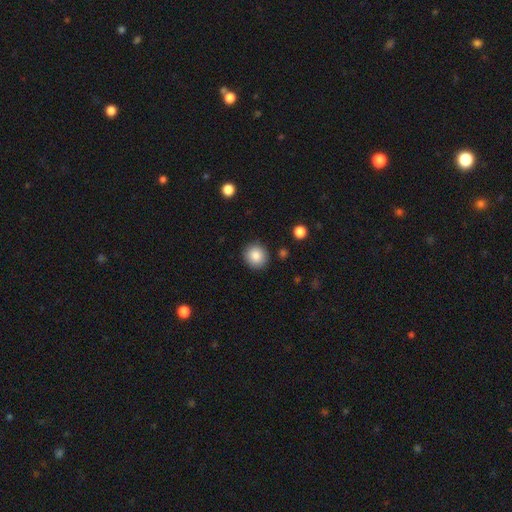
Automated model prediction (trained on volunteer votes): smooth 86%, star or artifact 8%, featured or disk 5%. Down the decision tree: how rounded — round (89%); merging — none (90%).